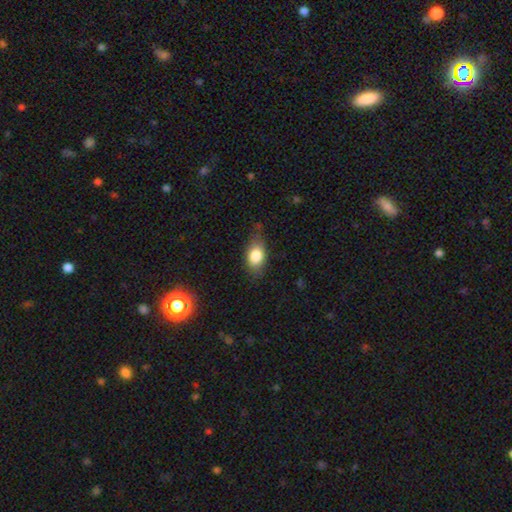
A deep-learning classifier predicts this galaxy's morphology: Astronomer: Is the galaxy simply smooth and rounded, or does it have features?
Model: smooth — 80%.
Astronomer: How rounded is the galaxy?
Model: in between — 82%.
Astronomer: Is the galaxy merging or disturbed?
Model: none — 70%.